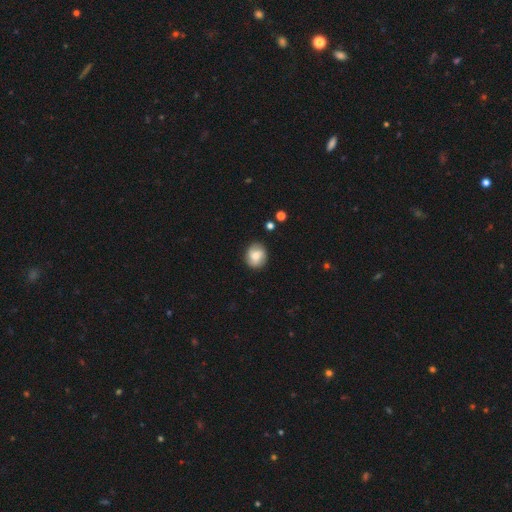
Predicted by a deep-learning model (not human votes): A smooth galaxy with no disk features (49%).

Vote fractions:
- Smooth or featured? smooth: 49% / featured or disk: 42% / star or artifact: 8%
- Merging? none: 83% / minor disturbance: 12% / major disturbance: 3% / merger: 2%